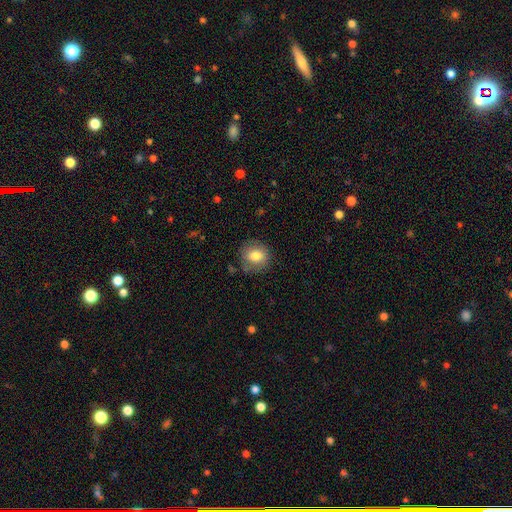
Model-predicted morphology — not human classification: smooth_or_featured: smooth (p=0.78) [alt: featured or disk p=0.13]
how_rounded: round (p=0.76) [alt: in between p=0.23]
merging: none (p=0.82) [alt: minor disturbance p=0.12]